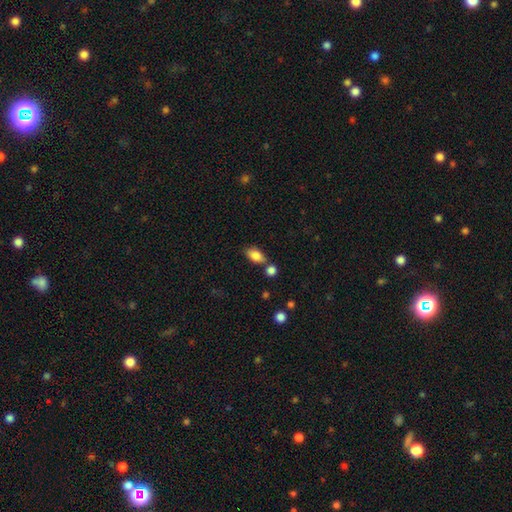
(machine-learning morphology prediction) This is clearly a smooth galaxy (84%). How rounded: clearly in between (88%). Merging: likely none (64%).